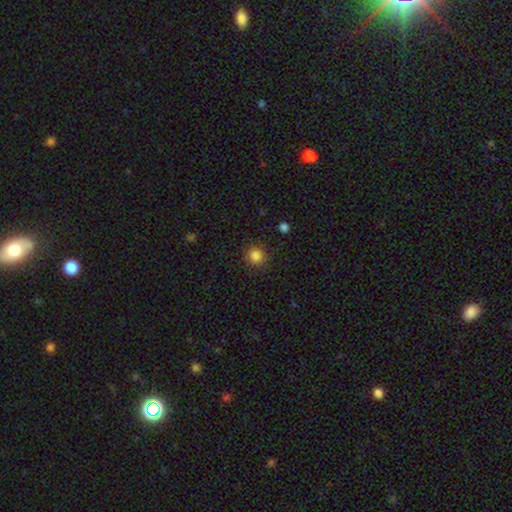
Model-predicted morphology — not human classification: Smooth or featured: smooth — 85% (star or artifact — 11%)
How rounded: round — 91% (in between — 8%)
Merging: none — 88% (minor disturbance — 8%)